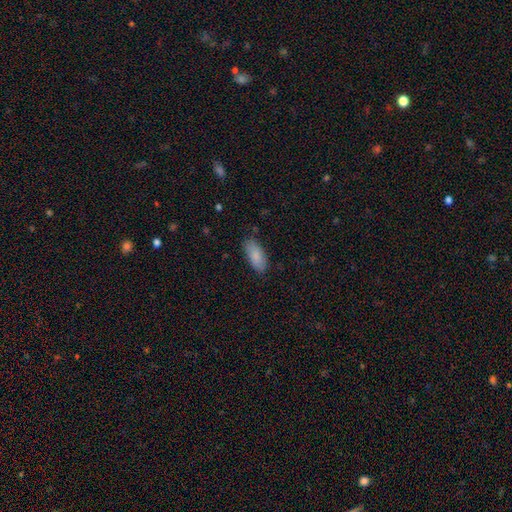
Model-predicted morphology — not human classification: type=smooth (86%); roundness=in between (87%); merging=none (81%).